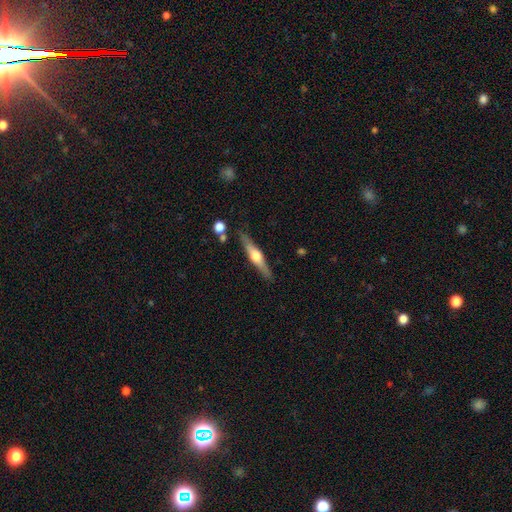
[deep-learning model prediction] Smooth or featured: featured or disk — 68% (smooth — 27%)
Edge-on disk: yes — 97% (no — 3%)
Edge-on bulge: rounded — 92% (boxy — 5%)
Merging: none — 85% (minor disturbance — 10%)